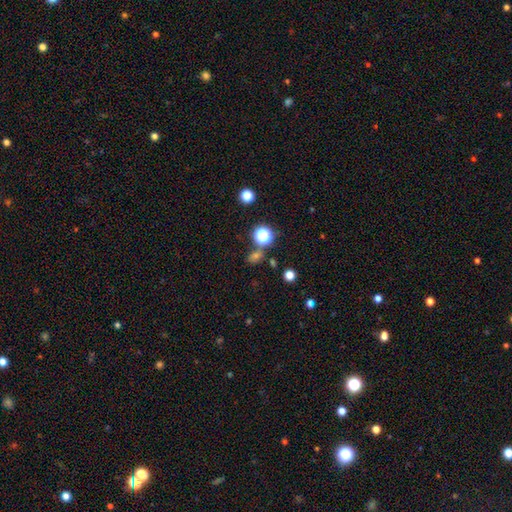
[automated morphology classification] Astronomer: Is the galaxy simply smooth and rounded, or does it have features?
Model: smooth — 47% (runner-up: star or artifact, 43%).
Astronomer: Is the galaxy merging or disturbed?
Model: none — 70%.